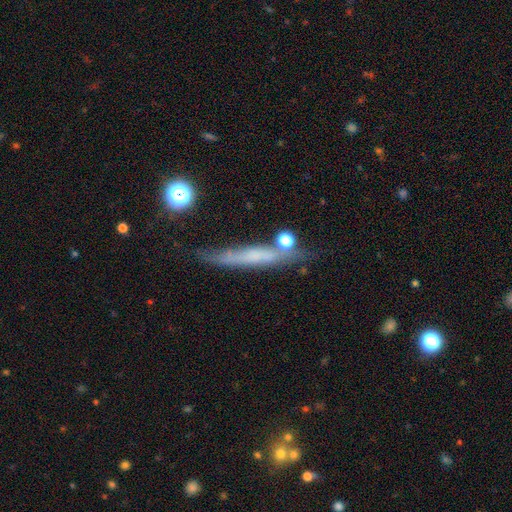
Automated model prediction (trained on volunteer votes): smooth-or-featured: smooth: 44% (tied) | featured or disk: 44% (tied) | star or artifact: 12%
  merging: none: 62% | minor disturbance: 21% | major disturbance: 8% | merger: 8%